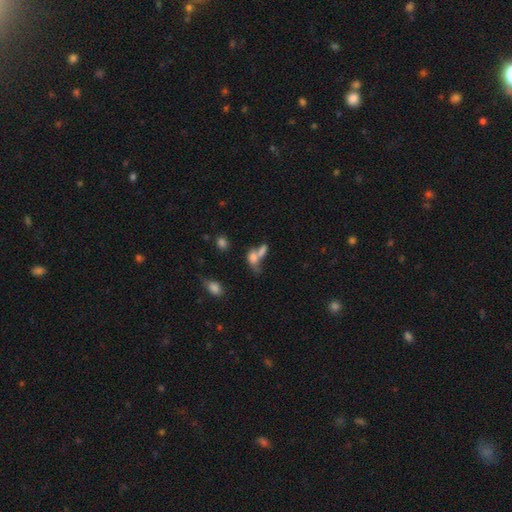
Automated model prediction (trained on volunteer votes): smooth 69%, featured or disk 17%, star or artifact 14%. Down the decision tree: how rounded — in between (72%); merging — merger (59%).